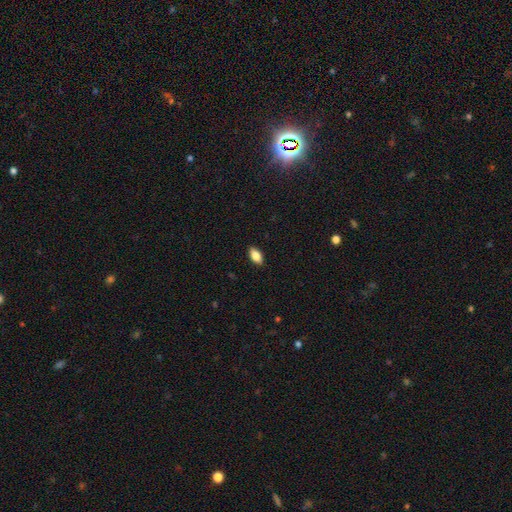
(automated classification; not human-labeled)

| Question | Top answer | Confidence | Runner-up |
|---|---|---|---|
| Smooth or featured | smooth | 84% | featured or disk (8%) |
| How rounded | in between | 91% | cigar-shaped (6%) |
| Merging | none | 89% | minor disturbance (9%) |